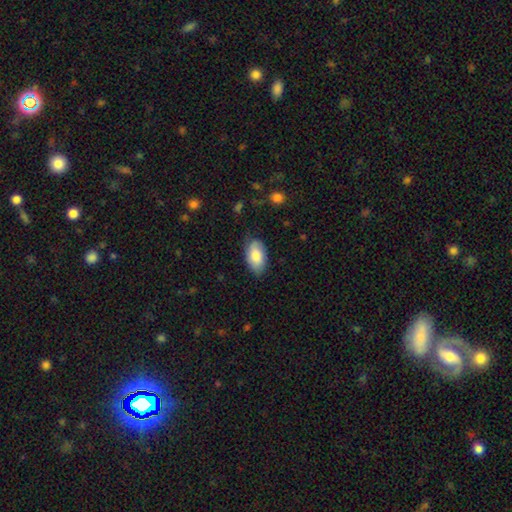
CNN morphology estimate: This is likely a smooth galaxy (79%). How rounded: clearly in between (94%). Merging: likely none (75%).